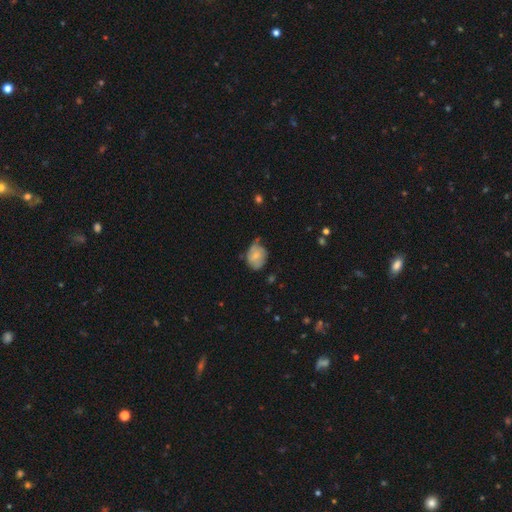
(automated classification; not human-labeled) smooth_or_featured: smooth (p=0.68) [alt: featured or disk p=0.24]
how_rounded: in between (p=0.61) [alt: round p=0.38]
merging: none (p=0.44) [alt: minor disturbance p=0.41]